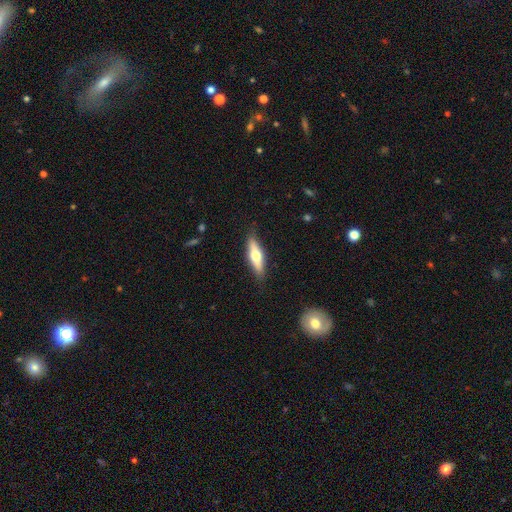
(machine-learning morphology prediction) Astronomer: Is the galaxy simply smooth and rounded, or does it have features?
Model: smooth — 48% (runner-up: featured or disk, 46%).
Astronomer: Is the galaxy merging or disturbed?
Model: none — 85%.